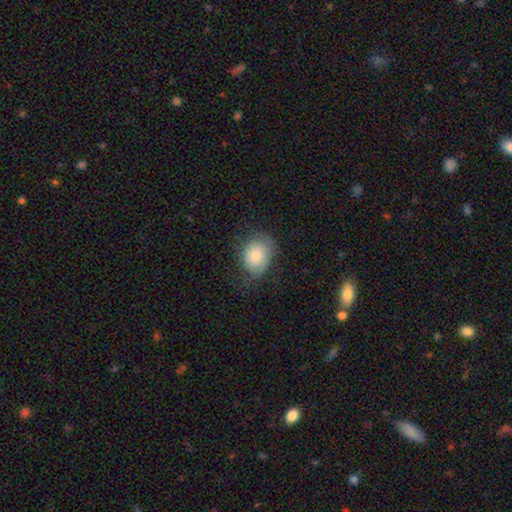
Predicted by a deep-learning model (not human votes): smooth 79%, featured or disk 13%, star or artifact 7%. Down the decision tree: how rounded — in between (53%); merging — none (59%).